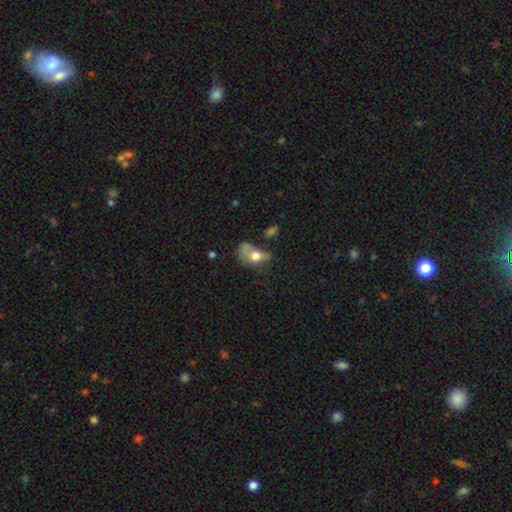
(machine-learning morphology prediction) Overall: smooth (66%). How rounded: in between (79%). Merging: major disturbance (38%; minor disturbance 24%).